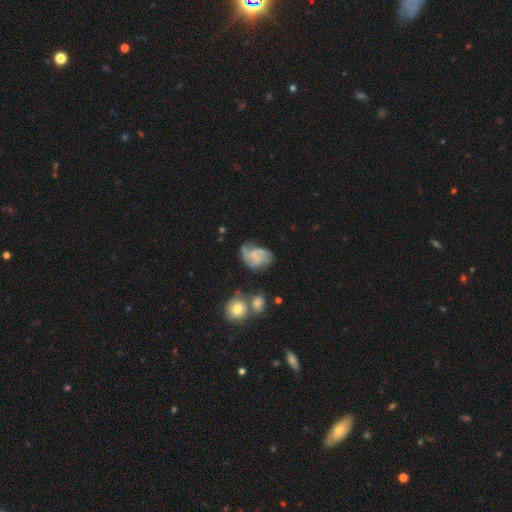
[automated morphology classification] Smooth or featured? Predicted: featured or disk (p=0.62). Edge-on disk? Predicted: no (p=0.98). Bar? Predicted: no (p=0.67). Spiral arms? Predicted: yes (p=0.73). Bulge size? Predicted: none (p=0.64). Merging? Predicted: none (p=0.42).